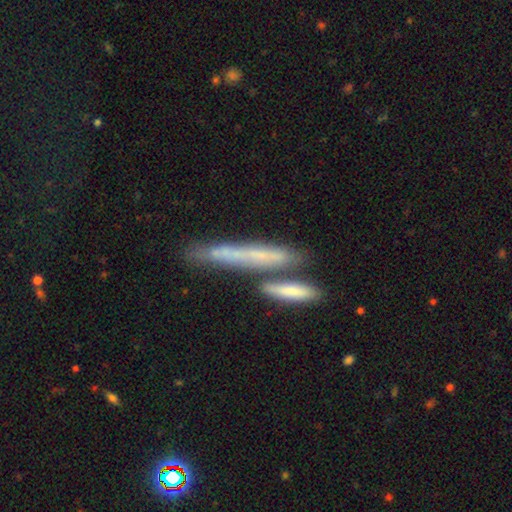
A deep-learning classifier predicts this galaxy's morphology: This appears to be a smooth galaxy with no disk features (46%). Merging: none (57%).